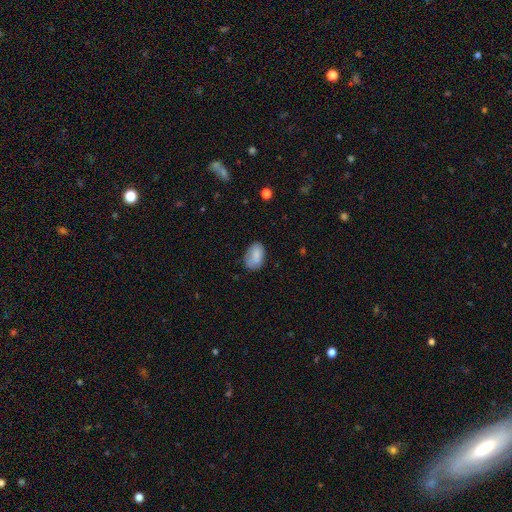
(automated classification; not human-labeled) Smooth or featured?
  - smooth: 84% *
  - featured or disk: 8%
  - star or artifact: 7%
How rounded?
  - in between: 89% *
  - round: 10%
  - cigar-shaped: 1%
Merging?
  - none: 72% *
  - minor disturbance: 22%
  - major disturbance: 5%
  - merger: 1%